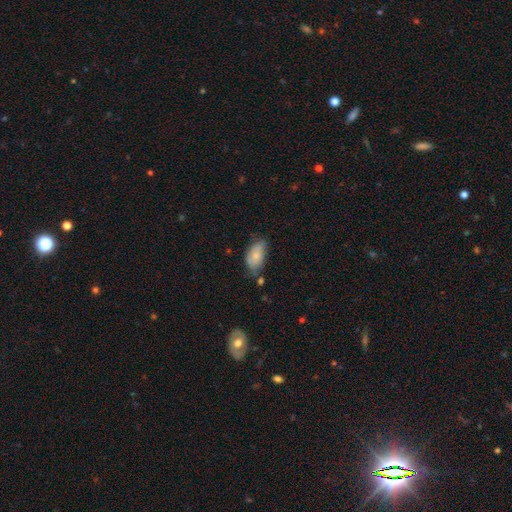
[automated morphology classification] This appears to be a smooth galaxy with no disk features (77%) that is in between round and cigar-shaped (93%). Merging: none (49%).